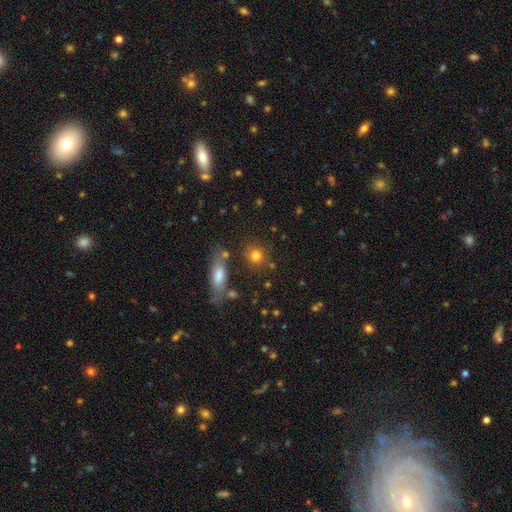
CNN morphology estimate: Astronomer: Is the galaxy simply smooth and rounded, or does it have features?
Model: smooth — 78%.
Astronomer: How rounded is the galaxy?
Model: round — 79%.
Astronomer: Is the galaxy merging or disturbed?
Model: none — 74%.